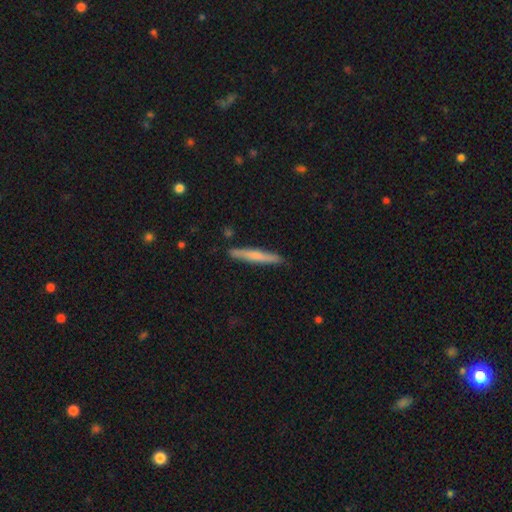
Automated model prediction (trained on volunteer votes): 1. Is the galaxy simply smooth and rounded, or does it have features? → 60% smooth, 34% featured or disk, 5% star or artifact.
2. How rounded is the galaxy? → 95% cigar-shaped, 4% in between, 1% round.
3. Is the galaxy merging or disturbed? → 88% none, 9% minor disturbance, 2% merger, 2% major disturbance.